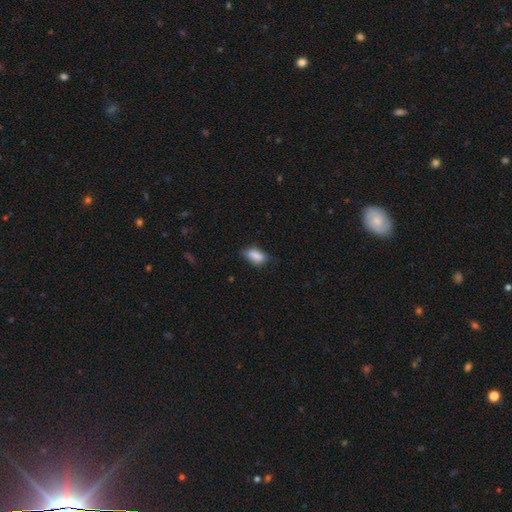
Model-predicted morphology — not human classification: Smooth or featured: smooth — 80% (featured or disk — 12%)
How rounded: in between — 83% (cigar-shaped — 11%)
Merging: none — 57% (minor disturbance — 32%)